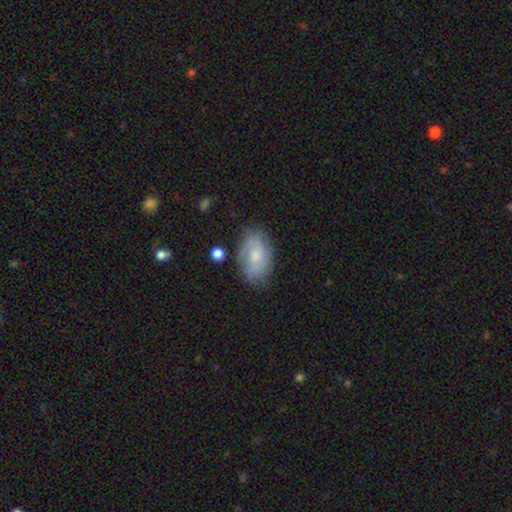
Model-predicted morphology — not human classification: Overall: smooth (51%; featured or disk 41%). How rounded: in between (91%). Merging: none (73%).